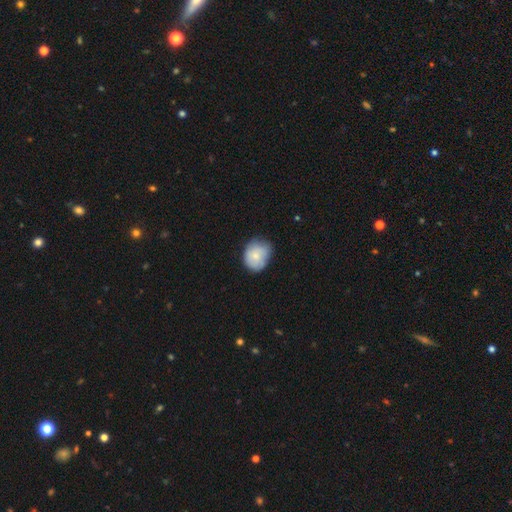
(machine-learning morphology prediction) Smooth or featured?
  - smooth: 75% *
  - featured or disk: 18%
  - star or artifact: 7%
How rounded?
  - round: 58% *
  - in between: 41%
  - cigar-shaped: 1%
Merging?
  - none: 55% *
  - minor disturbance: 34%
  - major disturbance: 8%
  - merger: 2%